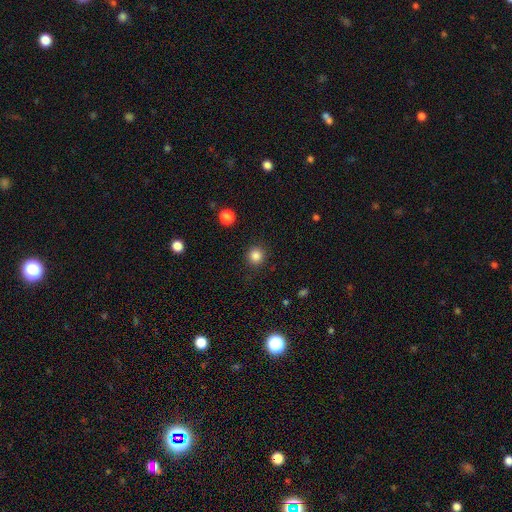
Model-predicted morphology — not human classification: type=smooth (84%); roundness=round (94%); merging=none (90%).